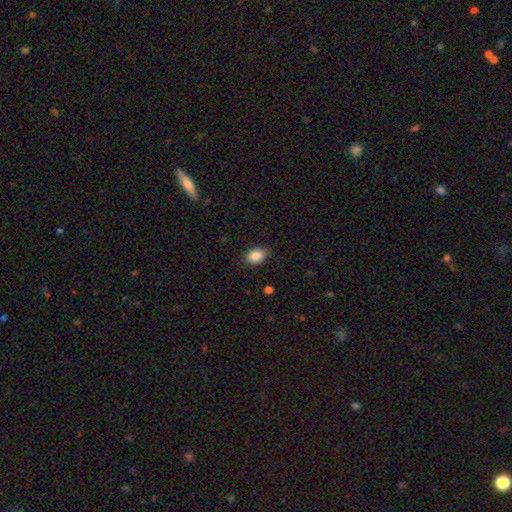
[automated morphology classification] smooth-or-featured: smooth: 89% | star or artifact: 8% | featured or disk: 3%
  how-rounded: in between: 77% | round: 22% | cigar-shaped: 1%
  merging: none: 85% | minor disturbance: 11% | major disturbance: 3% | merger: 1%